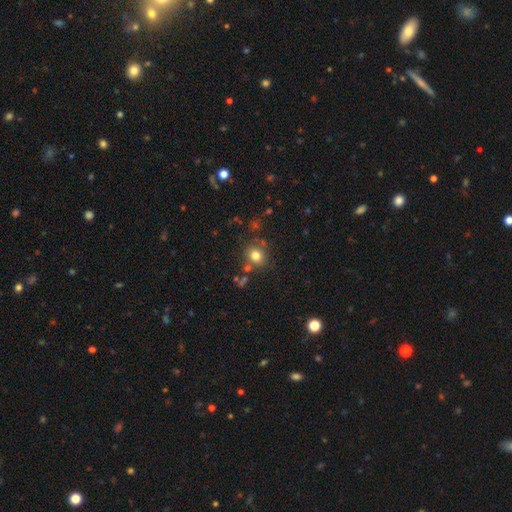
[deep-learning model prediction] Smooth or featured? smooth (77%)
How rounded? round (79%)
Merging? none (76%)